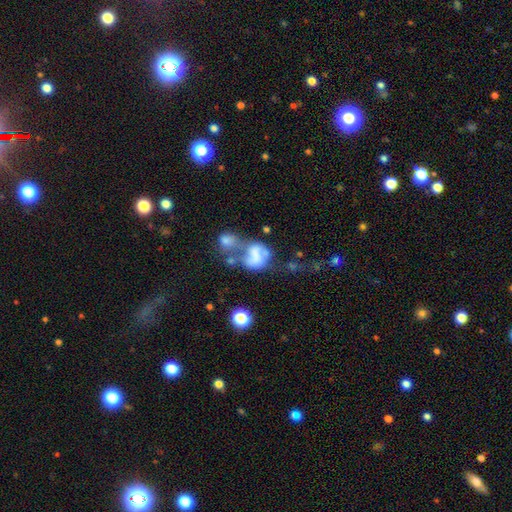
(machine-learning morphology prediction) smooth-or-featured: smooth: 51% | featured or disk: 38% | star or artifact: 11%
  how-rounded: in between: 53% | round: 45% | cigar-shaped: 1%
  merging: merger: 50% | major disturbance: 24% | none: 15% | minor disturbance: 11%